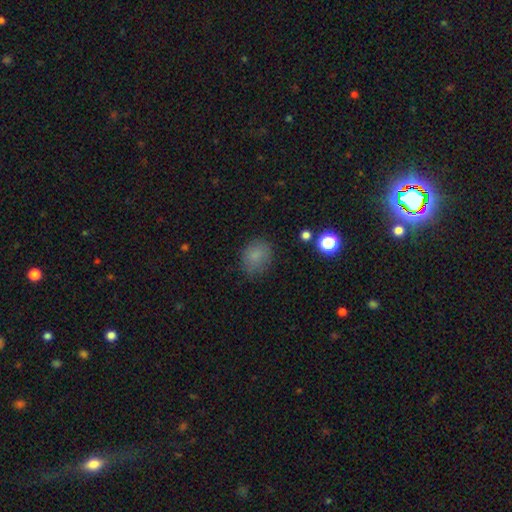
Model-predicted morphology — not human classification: A smooth galaxy with no disk features (81%) that is round (50%).

Vote fractions:
- Smooth or featured? smooth: 81% / star or artifact: 12% / featured or disk: 7%
- How rounded? round: 50% / in between: 49% / cigar-shaped: 1%
- Merging? none: 75% / minor disturbance: 18% / major disturbance: 5% / merger: 2%